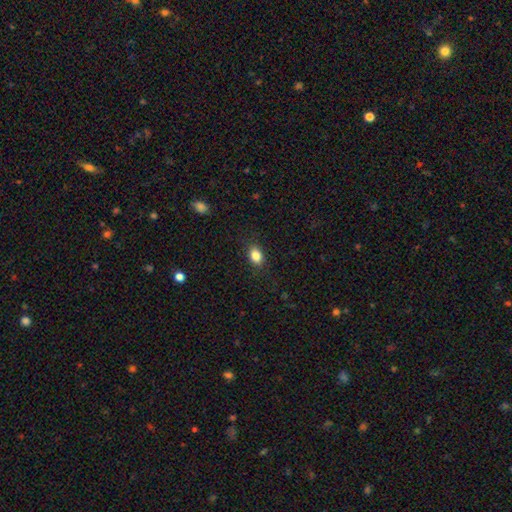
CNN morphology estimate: smooth-or-featured: smooth: 85% | star or artifact: 9% | featured or disk: 6%
  how-rounded: in between: 76% | round: 22% | cigar-shaped: 2%
  merging: none: 86% | minor disturbance: 10% | major disturbance: 3% | merger: 1%